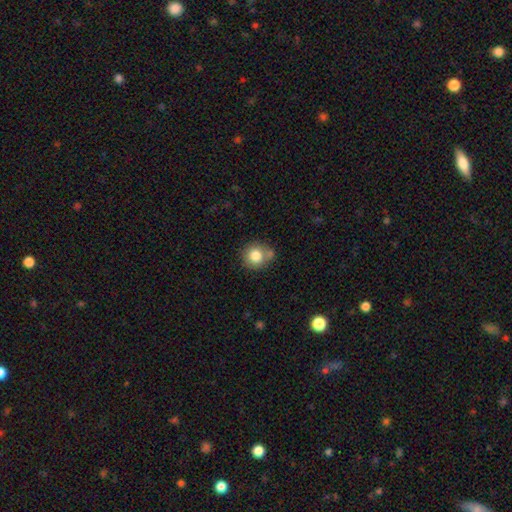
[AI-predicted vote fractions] smooth 81%, star or artifact 10%, featured or disk 9%. Down the decision tree: how rounded — round (89%); merging — none (64%).